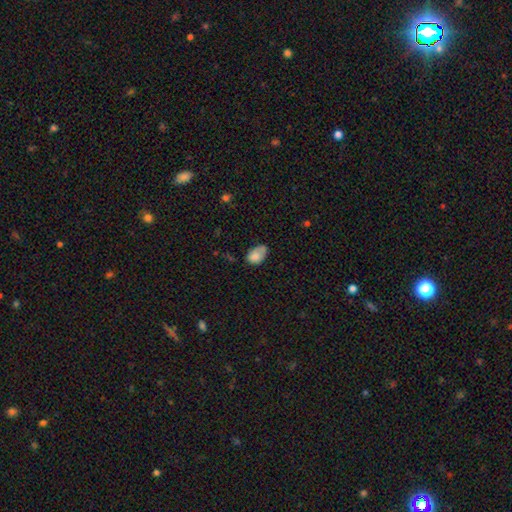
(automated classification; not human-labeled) Smooth or featured: smooth — 80% (featured or disk — 12%)
How rounded: in between — 85% (round — 13%)
Merging: none — 42% (minor disturbance — 38%)